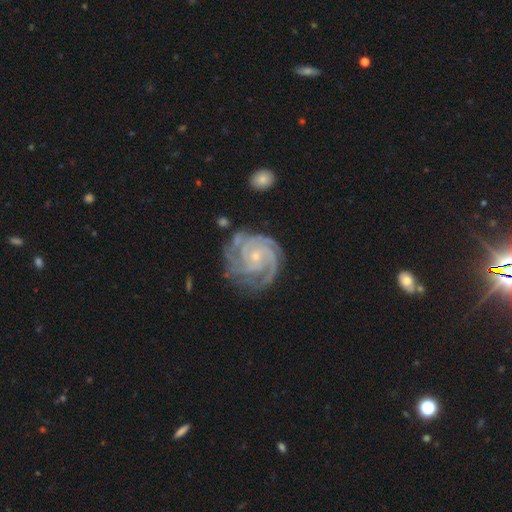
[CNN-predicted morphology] A featured or disk galaxy (91%) with no bar (72%), 4 (37%) tight (72%) spiral arms (99%) and a small central bulge (81%). Merging: none (70%).